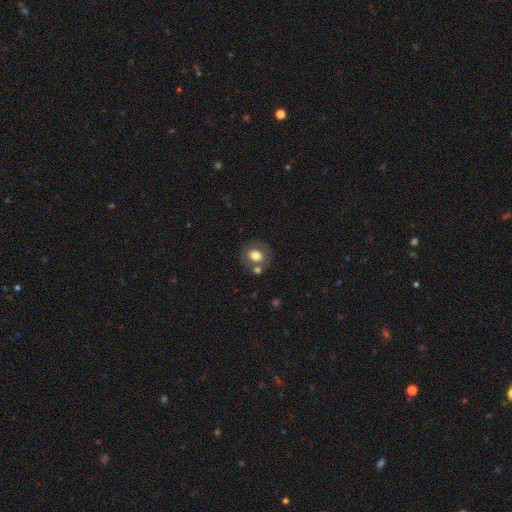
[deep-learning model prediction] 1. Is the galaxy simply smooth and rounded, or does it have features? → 70% smooth, 21% featured or disk, 9% star or artifact.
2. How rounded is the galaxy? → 68% round, 31% in between, 1% cigar-shaped.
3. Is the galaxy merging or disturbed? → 66% none, 16% merger, 12% minor disturbance, 5% major disturbance.